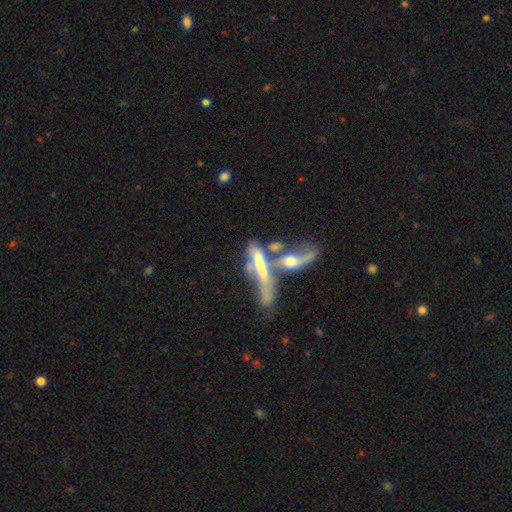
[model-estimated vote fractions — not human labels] Smooth or featured: featured or disk — 58% (smooth — 29%)
Edge-on disk: yes — 63% (no — 37%)
Merging: merger — 57% (none — 23%)